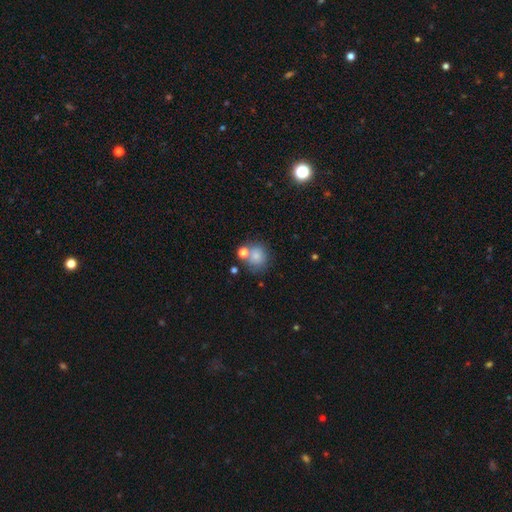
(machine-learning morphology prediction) type=smooth (77%); roundness=round (83%); merging=none (57%).